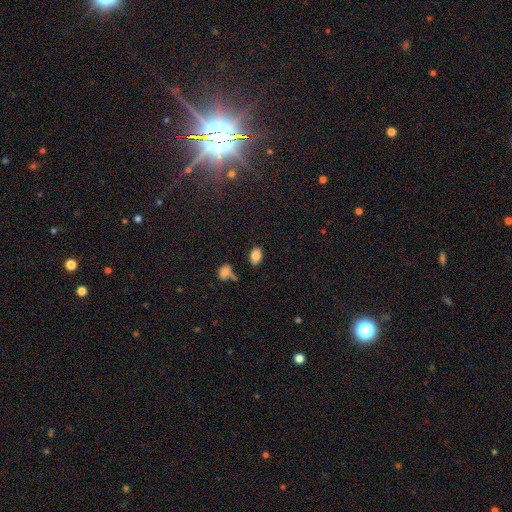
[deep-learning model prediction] Q: Smooth or featured?
A: smooth (83%); runner-up: star or artifact (9%)
Q: How rounded?
A: in between (90%); runner-up: round (8%)
Q: Merging?
A: none (80%); runner-up: minor disturbance (11%)